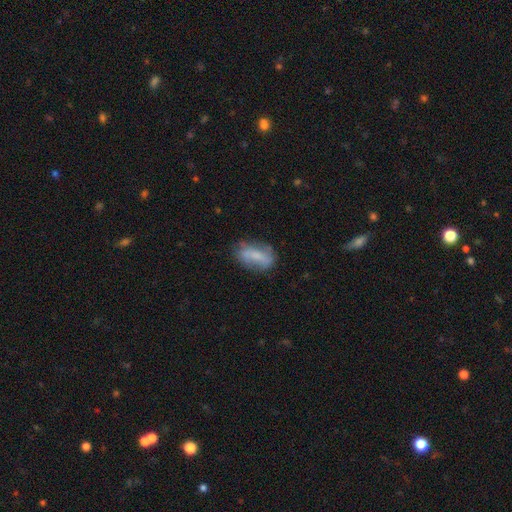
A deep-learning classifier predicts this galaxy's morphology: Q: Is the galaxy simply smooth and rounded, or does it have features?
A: smooth — 59%.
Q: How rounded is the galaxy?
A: in between — 85%.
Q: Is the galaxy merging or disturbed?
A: none — 61%.